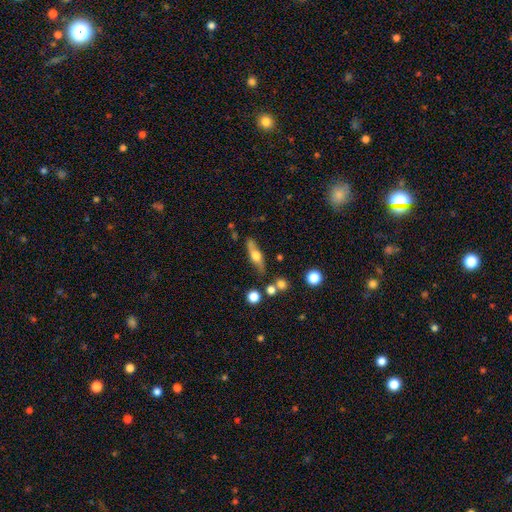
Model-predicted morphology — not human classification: This appears to be a featured or disk galaxy (49%). Merging: none (74%).